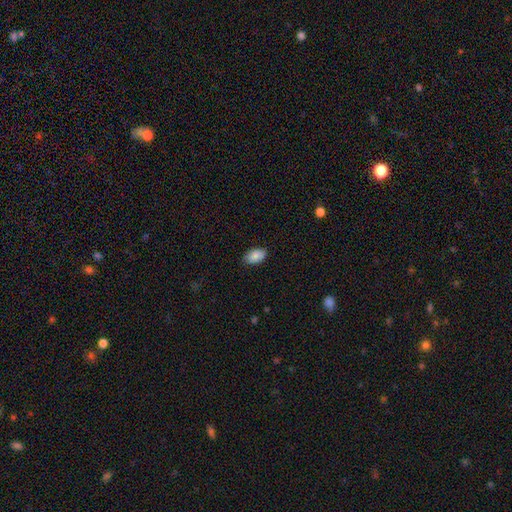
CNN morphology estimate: Smooth or featured? Predicted: smooth (p=0.88). How rounded? Predicted: in between (p=0.93). Merging? Predicted: none (p=0.84).